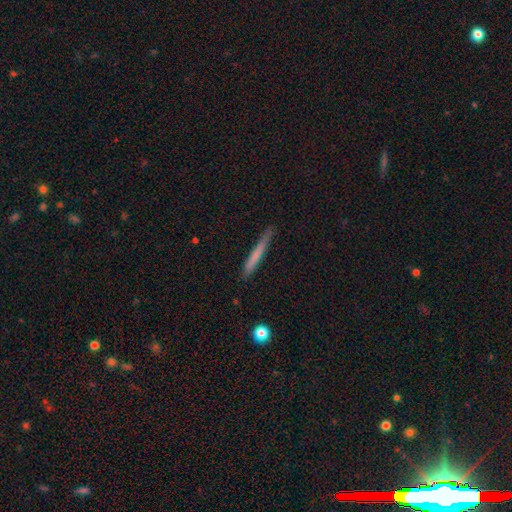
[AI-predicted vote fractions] Smooth or featured?
  - smooth: 66% *
  - featured or disk: 28%
  - star or artifact: 6%
How rounded?
  - cigar-shaped: 96% *
  - in between: 2%
  - round: 1%
Merging?
  - none: 84% *
  - minor disturbance: 12%
  - major disturbance: 2%
  - merger: 1%